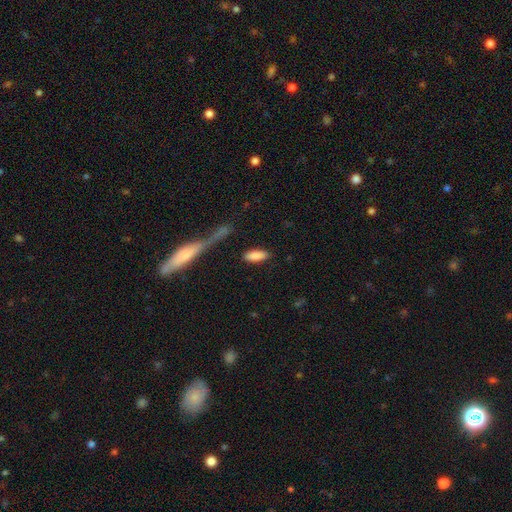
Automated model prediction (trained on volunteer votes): Smooth or featured? smooth (86%)
How rounded? in between (76%)
Merging? none (79%)